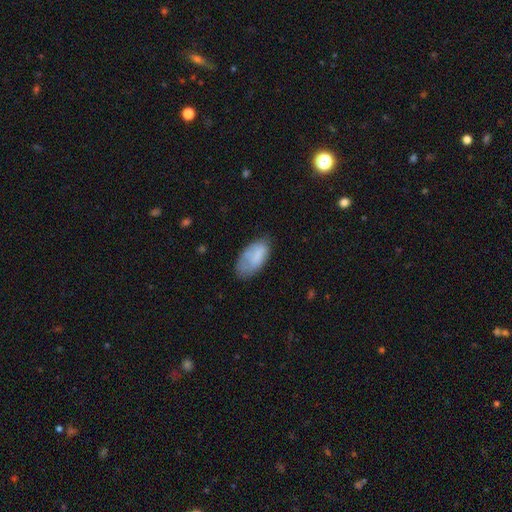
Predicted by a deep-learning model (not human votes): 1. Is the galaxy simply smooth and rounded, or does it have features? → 75% smooth, 18% featured or disk, 7% star or artifact.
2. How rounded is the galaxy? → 94% in between, 3% cigar-shaped, 3% round.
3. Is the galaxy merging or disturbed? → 56% none, 30% minor disturbance, 12% major disturbance, 2% merger.